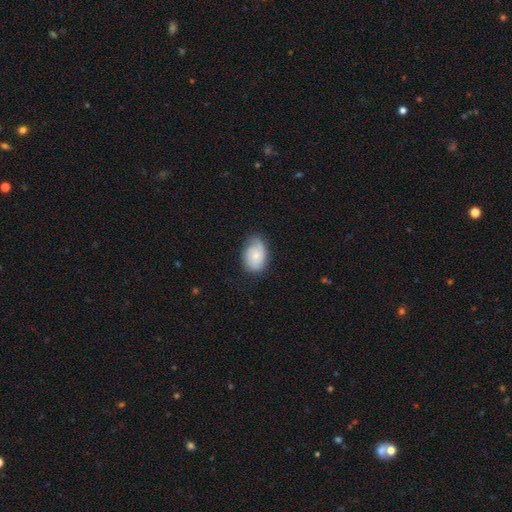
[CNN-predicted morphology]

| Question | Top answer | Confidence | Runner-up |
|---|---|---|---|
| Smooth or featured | smooth | 59% | featured or disk (35%) |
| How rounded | in between | 81% | round (18%) |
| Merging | none | 63% | minor disturbance (28%) |